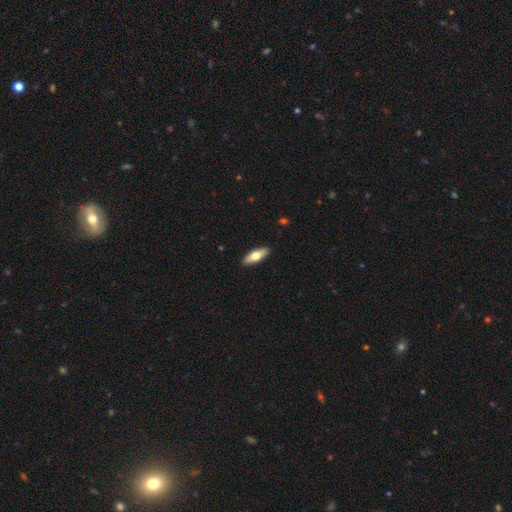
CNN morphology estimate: A smooth galaxy with no disk features (61%) that is in between round and cigar-shaped (57%). Merging: none (91%).